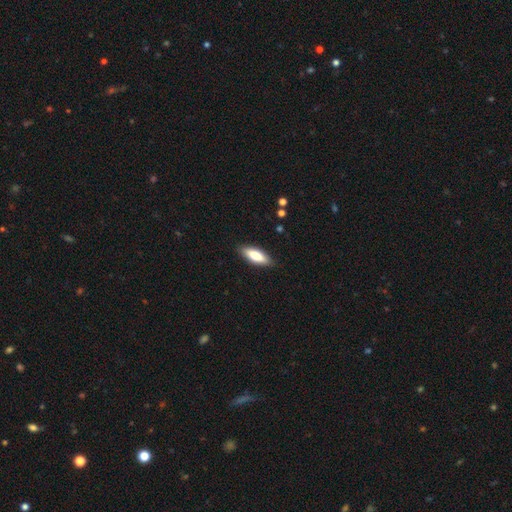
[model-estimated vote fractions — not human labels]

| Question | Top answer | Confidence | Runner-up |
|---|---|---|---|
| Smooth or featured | smooth | 77% | featured or disk (18%) |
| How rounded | in between | 66% | cigar-shaped (32%) |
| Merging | none | 87% | minor disturbance (10%) |